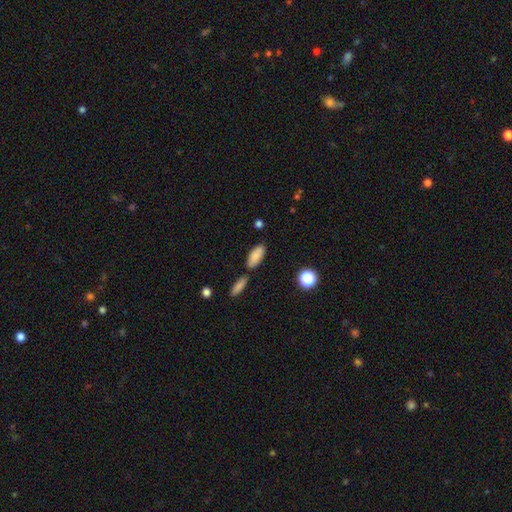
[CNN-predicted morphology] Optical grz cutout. It shows a smooth galaxy with no disk features (85%) that is in between round and cigar-shaped (80%). Merging: none (68%).